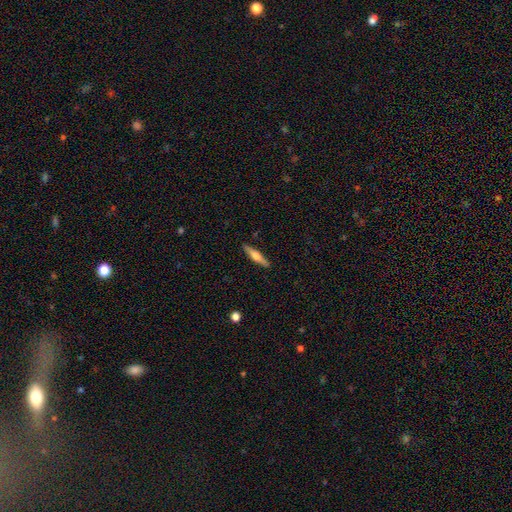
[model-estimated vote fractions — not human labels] Overall: featured or disk (48%; smooth 47%). Merging: none (90%).